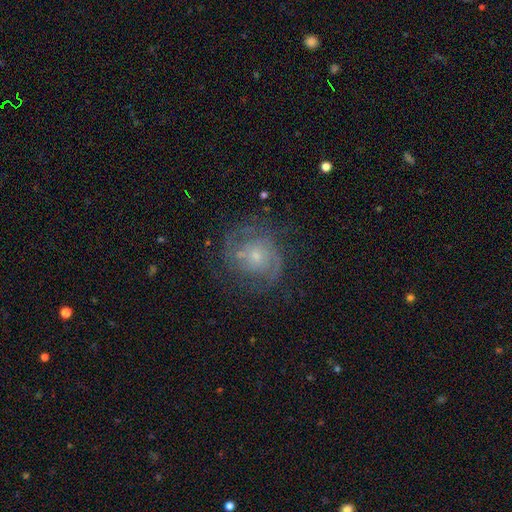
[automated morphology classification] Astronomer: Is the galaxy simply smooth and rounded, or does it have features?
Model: featured or disk — 73%.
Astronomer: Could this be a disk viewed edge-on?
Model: no — 98%.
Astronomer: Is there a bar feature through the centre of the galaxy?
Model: no — 76%.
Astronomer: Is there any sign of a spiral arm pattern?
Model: yes — 86%.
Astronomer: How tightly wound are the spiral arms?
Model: tight — 48% (runner-up: medium, 38%).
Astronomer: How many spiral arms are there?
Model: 2 — 38% (runner-up: can't tell, 34%).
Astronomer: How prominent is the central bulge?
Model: small — 66%.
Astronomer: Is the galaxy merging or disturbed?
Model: none — 68%.